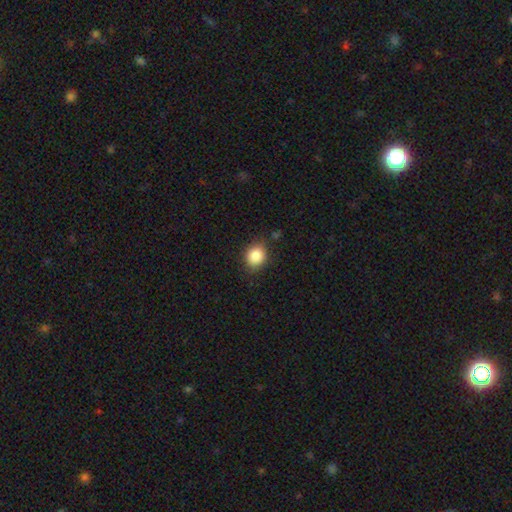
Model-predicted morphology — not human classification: smooth-or-featured: smooth: 86% | star or artifact: 9% | featured or disk: 5%
  how-rounded: round: 65% | in between: 34% | cigar-shaped: 1%
  merging: none: 81% | minor disturbance: 14% | major disturbance: 3% | merger: 2%